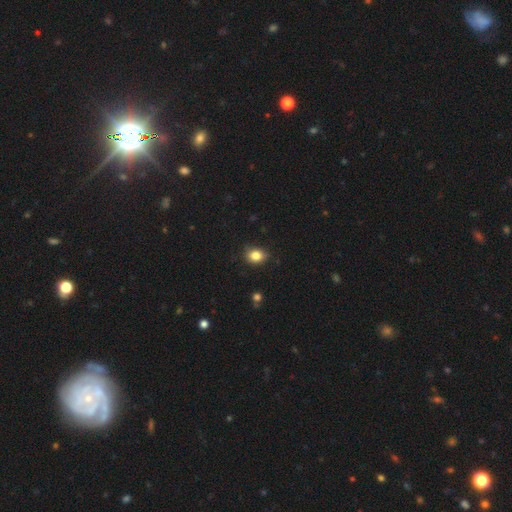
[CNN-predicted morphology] A smooth galaxy with no disk features (84%) that is in between round and cigar-shaped (53%).

Vote fractions:
- Smooth or featured? smooth: 84% / star or artifact: 10% / featured or disk: 6%
- How rounded? in between: 53% / round: 46% / cigar-shaped: 1%
- Merging? none: 82% / minor disturbance: 14% / major disturbance: 3% / merger: 1%